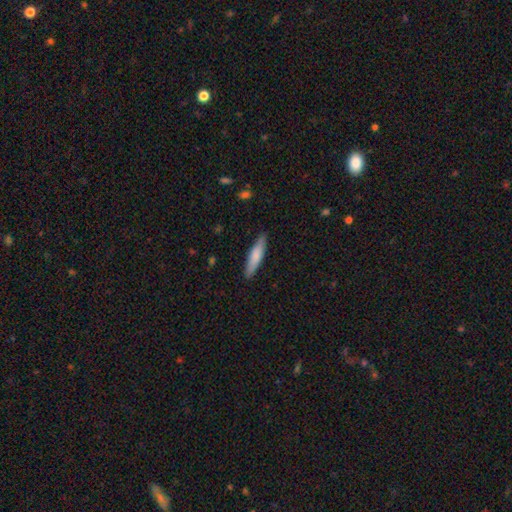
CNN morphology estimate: A smooth galaxy with no disk features (74%) that is cigar-shaped (80%). Merging: none (88%).